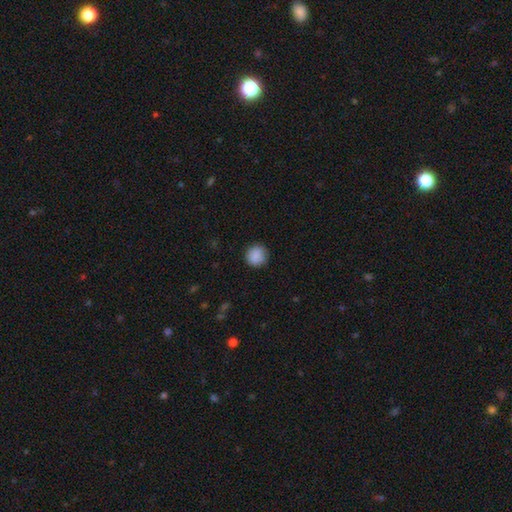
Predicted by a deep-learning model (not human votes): This appears to be a smooth galaxy with no disk features (88%) that is round (90%). Merging: none (87%).